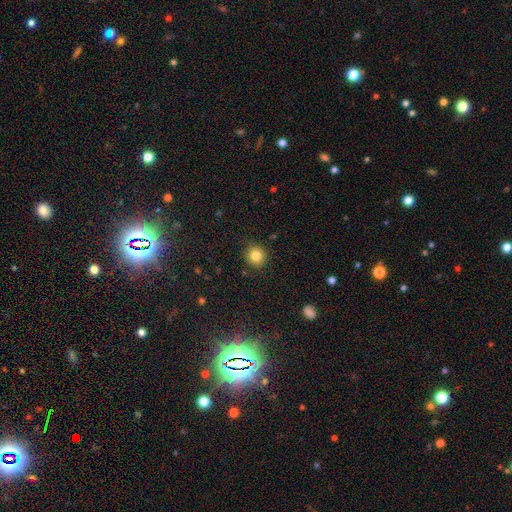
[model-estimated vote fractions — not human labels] Overall: smooth (82%). How rounded: round (89%). Merging: none (89%).